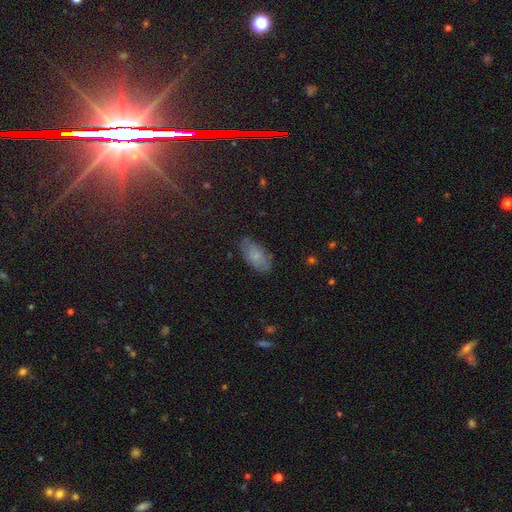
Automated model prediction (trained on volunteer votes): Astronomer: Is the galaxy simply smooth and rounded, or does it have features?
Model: smooth — 71%.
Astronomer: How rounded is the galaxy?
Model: in between — 93%.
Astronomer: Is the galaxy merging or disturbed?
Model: none — 76%.